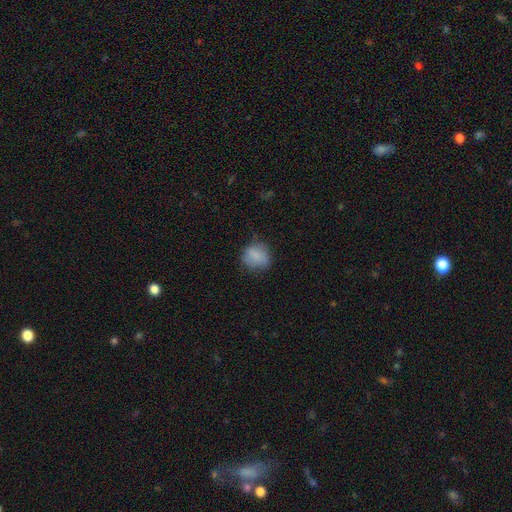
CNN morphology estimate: smooth_or_featured: smooth (p=0.82) [alt: star or artifact p=0.09]
how_rounded: round (p=0.75) [alt: in between p=0.24]
merging: none (p=0.68) [alt: minor disturbance p=0.24]